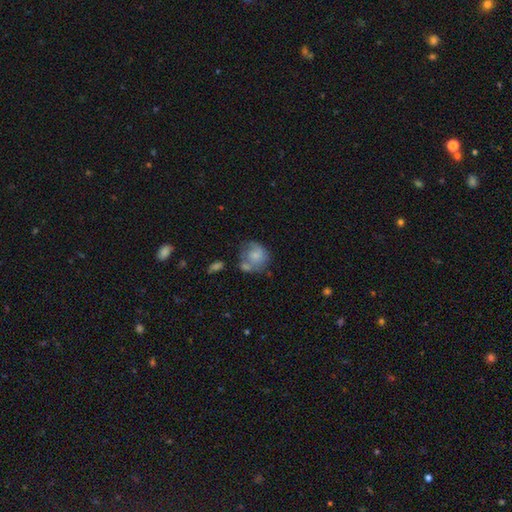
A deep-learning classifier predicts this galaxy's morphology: A smooth galaxy with no disk features (65%) that is round (74%).

Vote fractions:
- Smooth or featured? smooth: 65% / featured or disk: 27% / star or artifact: 7%
- How rounded? round: 74% / in between: 25% / cigar-shaped: 1%
- Merging? none: 36% / merger: 30% / minor disturbance: 22% / major disturbance: 12%